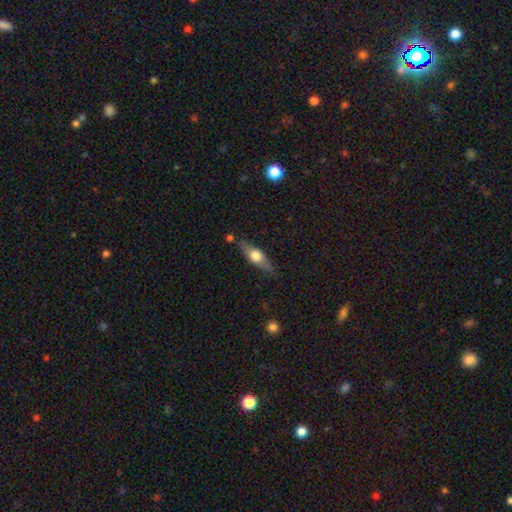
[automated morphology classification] Smooth or featured: smooth — 50% (featured or disk — 44%)
Merging: none — 76% (minor disturbance — 16%)